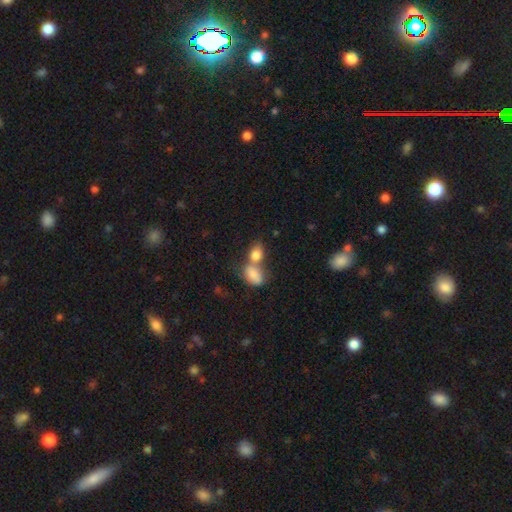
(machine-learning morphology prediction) Overall: smooth (82%). How rounded: in between (77%). Merging: merger (63%; none 25%).